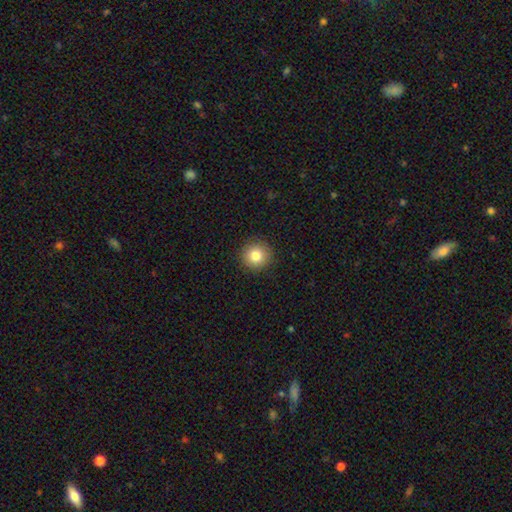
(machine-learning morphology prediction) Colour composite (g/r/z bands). It shows a smooth galaxy with no disk features (81%) that is round (94%). Merging: none (91%).